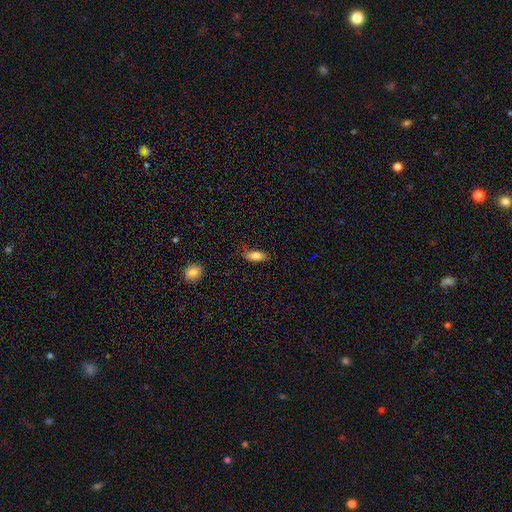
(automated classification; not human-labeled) This is likely a smooth galaxy (80%). How rounded: clearly in between (82%). Merging: likely none (72%).